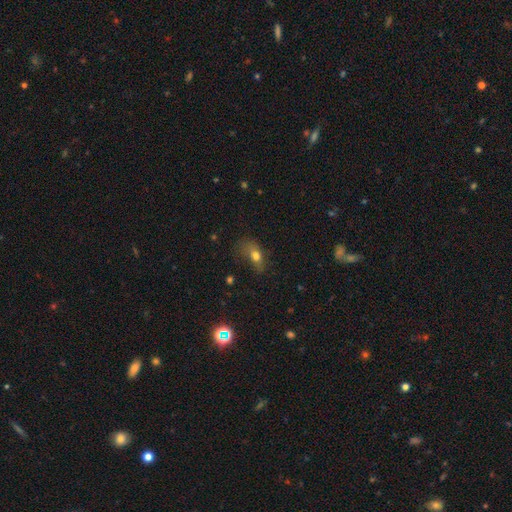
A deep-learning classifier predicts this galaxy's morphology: Smooth or featured? Predicted: smooth (p=0.70). How rounded? Predicted: in between (p=0.76). Merging? Predicted: none (p=0.35).